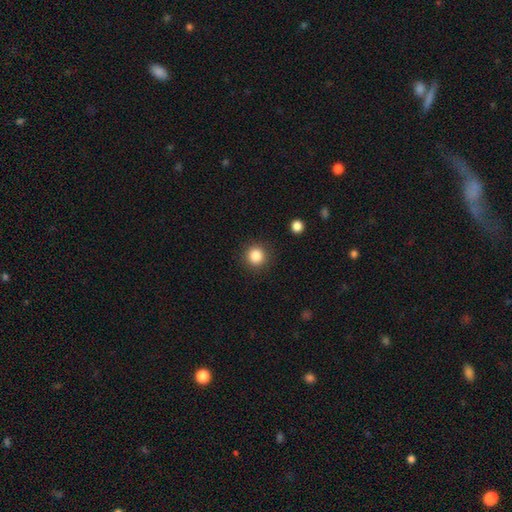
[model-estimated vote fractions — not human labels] Smooth or featured?
  - smooth: 86% *
  - star or artifact: 10%
  - featured or disk: 4%
How rounded?
  - round: 93% *
  - in between: 6%
  - cigar-shaped: 1%
Merging?
  - none: 90% *
  - minor disturbance: 6%
  - major disturbance: 3%
  - merger: 1%